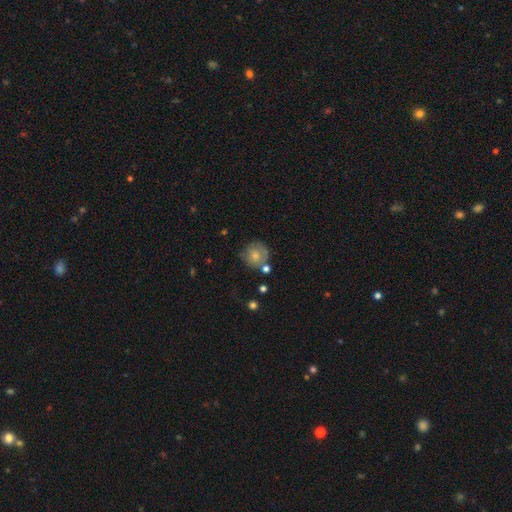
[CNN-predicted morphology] This is likely a smooth galaxy (68%). How rounded: clearly round (89%). Merging: likely none (62%).